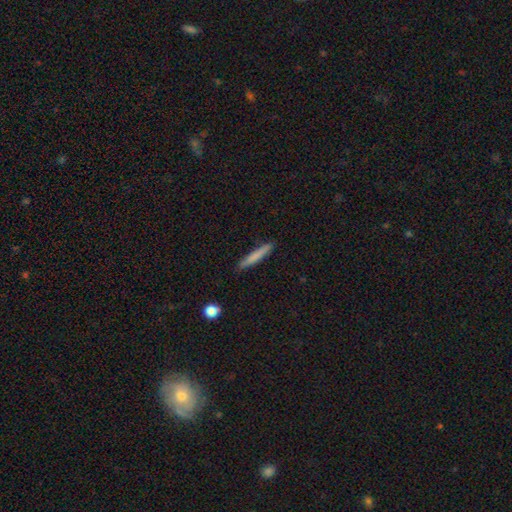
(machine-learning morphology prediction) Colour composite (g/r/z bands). It shows a smooth galaxy with no disk features (74%) that is cigar-shaped (95%). Merging: none (89%).